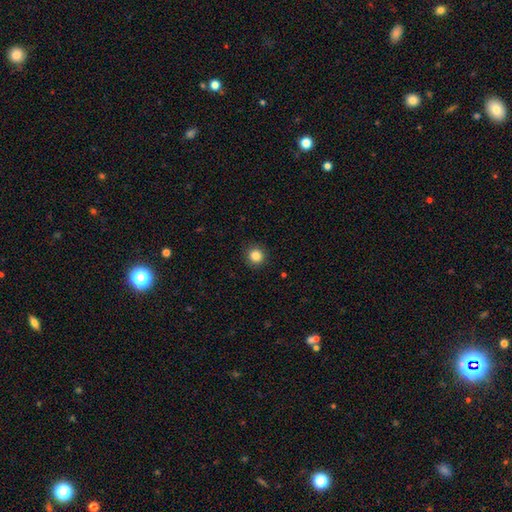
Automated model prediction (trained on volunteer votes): Smooth or featured? smooth (85%)
How rounded? round (93%)
Merging? none (91%)